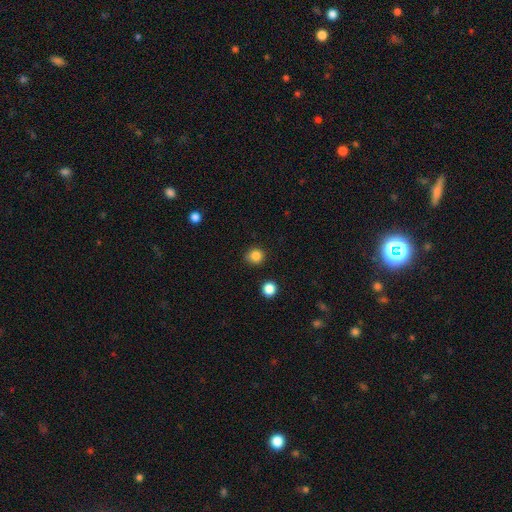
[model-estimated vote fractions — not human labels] smooth 85%, star or artifact 12%, featured or disk 4%. Down the decision tree: how rounded — round (91%); merging — none (84%).